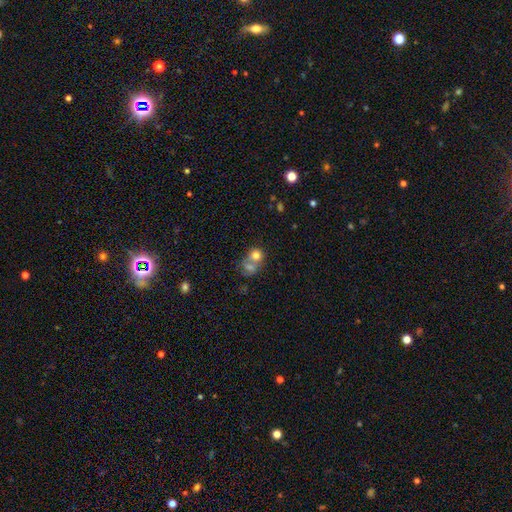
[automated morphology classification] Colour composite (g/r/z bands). It shows a smooth galaxy with no disk features (71%) that is round (69%). Merging: merger (63%).